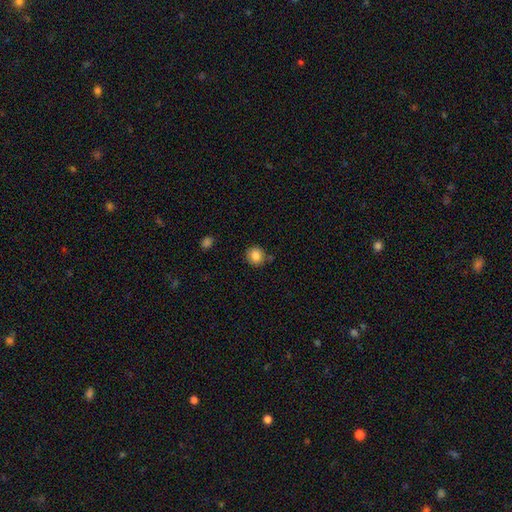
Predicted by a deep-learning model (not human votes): Smooth or featured? smooth (85%)
How rounded? round (88%)
Merging? none (81%)